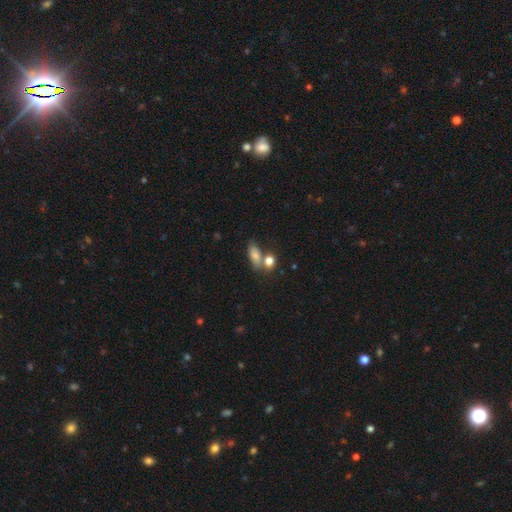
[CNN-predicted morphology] A smooth galaxy with no disk features (77%) that is in between round and cigar-shaped (73%).

Vote fractions:
- Smooth or featured? smooth: 77% / featured or disk: 13% / star or artifact: 10%
- How rounded? in between: 73% / round: 14% / cigar-shaped: 13%
- Merging? none: 48% / merger: 33% / minor disturbance: 13% / major disturbance: 6%